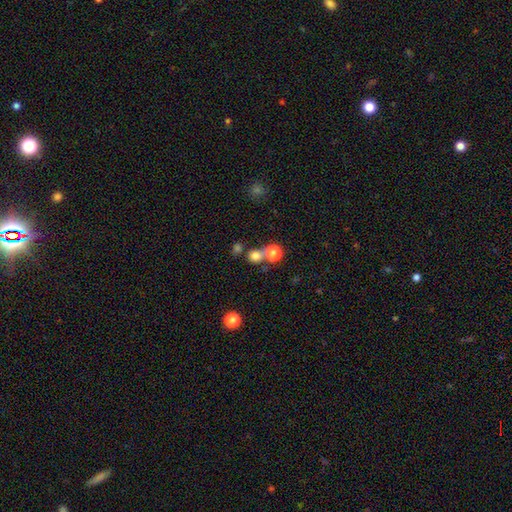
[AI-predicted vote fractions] Smooth or featured: smooth — 76% (star or artifact — 16%)
How rounded: round — 85% (in between — 14%)
Merging: none — 57% (merger — 32%)